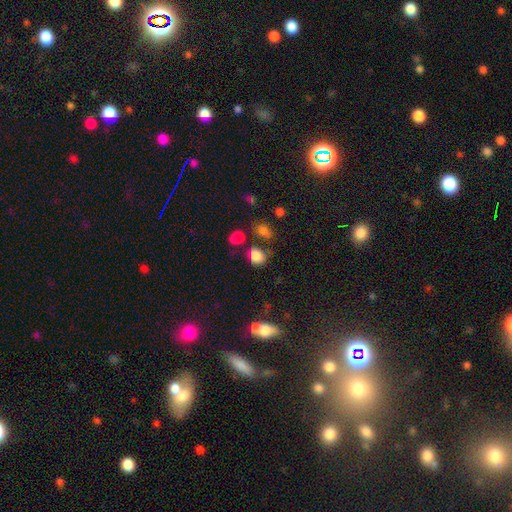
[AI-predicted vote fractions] Smooth or featured? smooth (81%)
How rounded? round (56%)
Merging? none (60%)